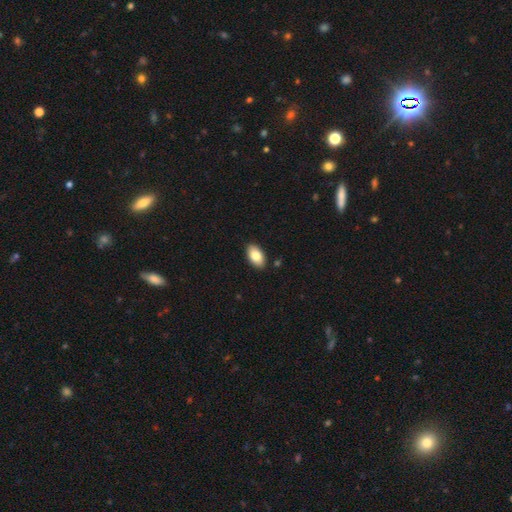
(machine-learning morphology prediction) The model was most divided on "smooth or featured": smooth: 82%, featured or disk: 11%, star or artifact: 7%. More confident: how rounded — in between (94%); merging — none (89%).